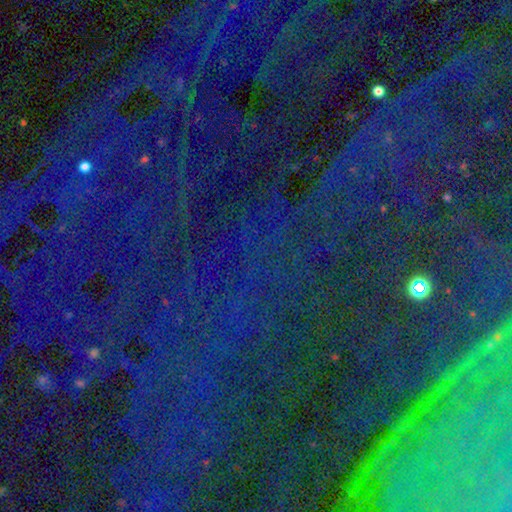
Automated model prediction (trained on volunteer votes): The model was most divided on "smooth or featured": star or artifact: 83%, smooth: 10%, featured or disk: 7%.